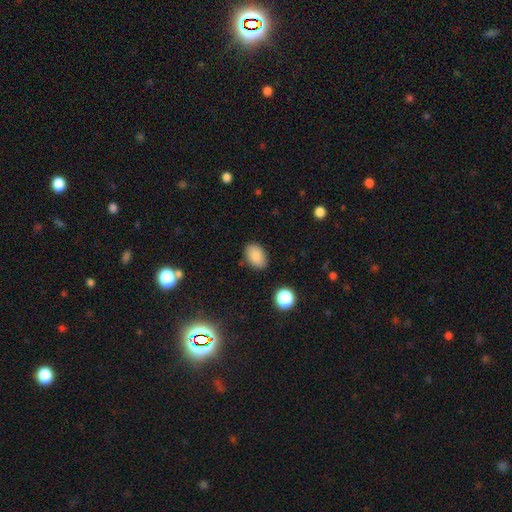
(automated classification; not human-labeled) A smooth galaxy with no disk features (86%) that is in between round and cigar-shaped (86%). Merging: none (83%).